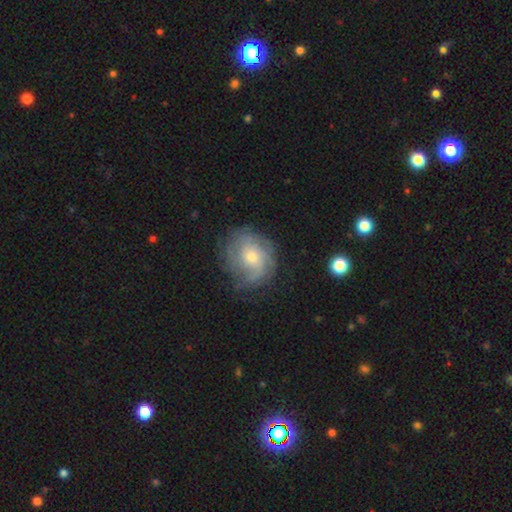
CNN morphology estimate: Smooth or featured? featured or disk (68%)
Edge-on disk? no (97%)
Bar? no (76%)
Spiral arms? yes (86%)
Spiral winding? tight (51%)
Spiral arm count? can't tell (48%)
Bulge size? moderate (49%)
Merging? none (68%)